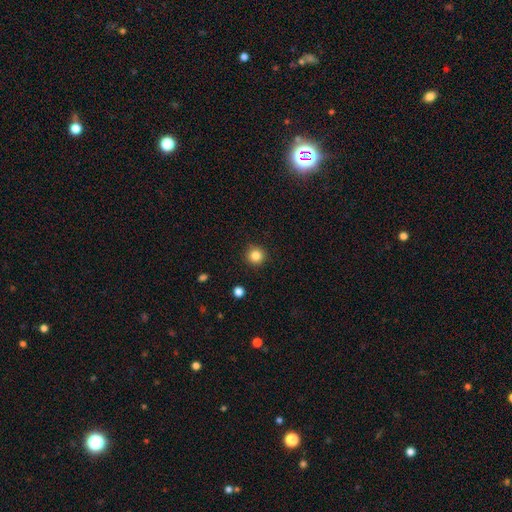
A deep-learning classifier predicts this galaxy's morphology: This appears to be a smooth galaxy with no disk features (84%) that is round (95%). Merging: none (92%).